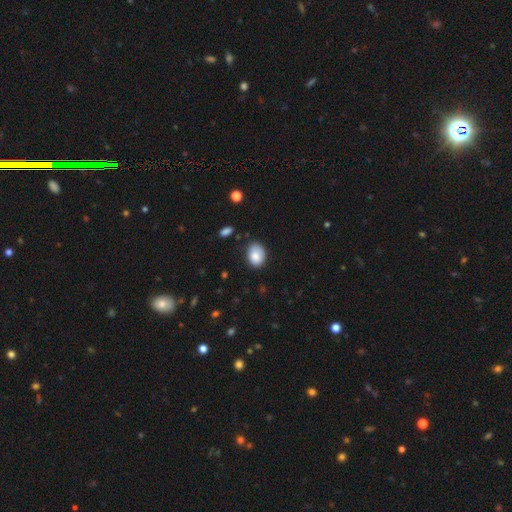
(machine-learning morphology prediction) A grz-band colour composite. It shows a smooth galaxy with no disk features (85%) that is in between round and cigar-shaped (77%). Merging: none (71%).